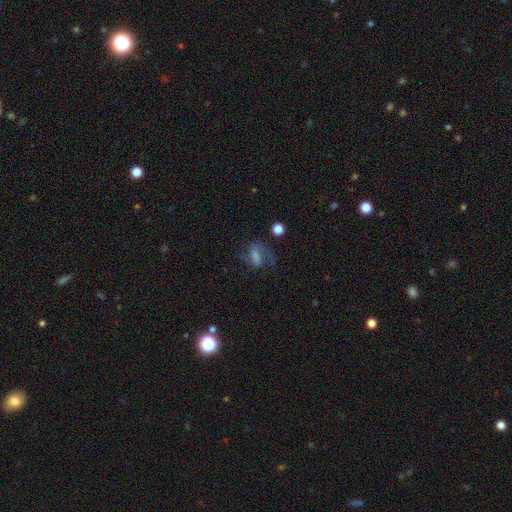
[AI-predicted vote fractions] Smooth or featured? Predicted: featured or disk (p=0.46). Merging? Predicted: none (p=0.47).